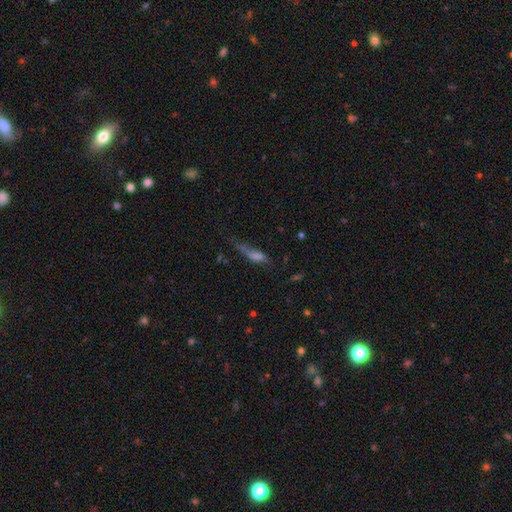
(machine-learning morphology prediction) This is possibly a smooth galaxy (47%). Merging: marginally none (34%).